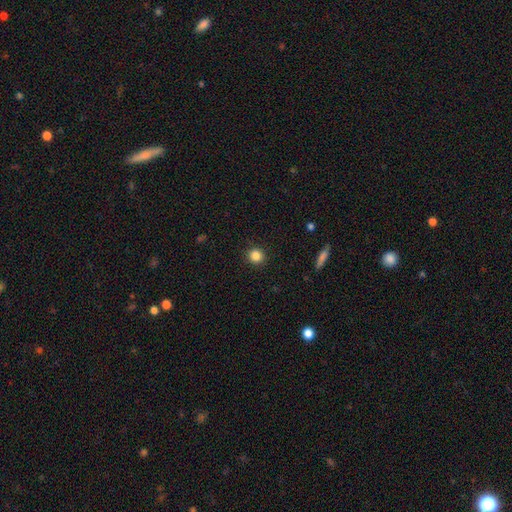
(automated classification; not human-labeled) smooth-or-featured: smooth: 85% | star or artifact: 11% | featured or disk: 4%
  how-rounded: round: 92% | in between: 7% | cigar-shaped: 1%
  merging: none: 91% | minor disturbance: 6% | major disturbance: 2% | merger: 1%